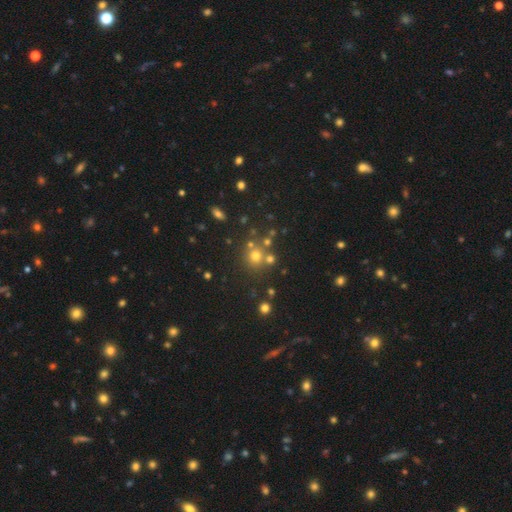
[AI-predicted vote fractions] smooth_or_featured: smooth (p=0.61) [alt: star or artifact p=0.27]
how_rounded: round (p=0.88) [alt: in between p=0.11]
merging: none (p=0.66) [alt: merger p=0.20]